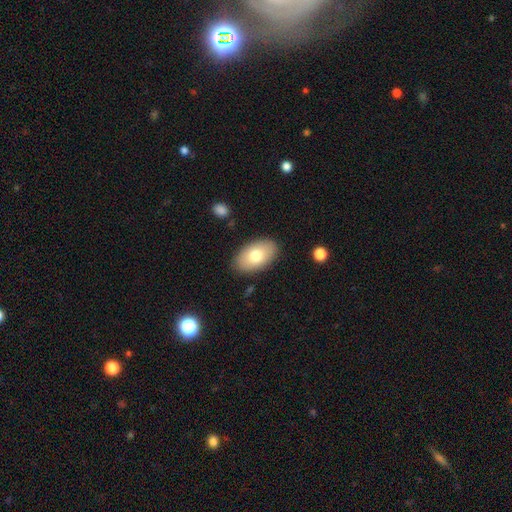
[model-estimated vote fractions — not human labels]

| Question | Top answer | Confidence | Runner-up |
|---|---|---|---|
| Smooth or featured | smooth | 75% | featured or disk (18%) |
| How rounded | in between | 94% | round (5%) |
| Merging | none | 87% | minor disturbance (10%) |